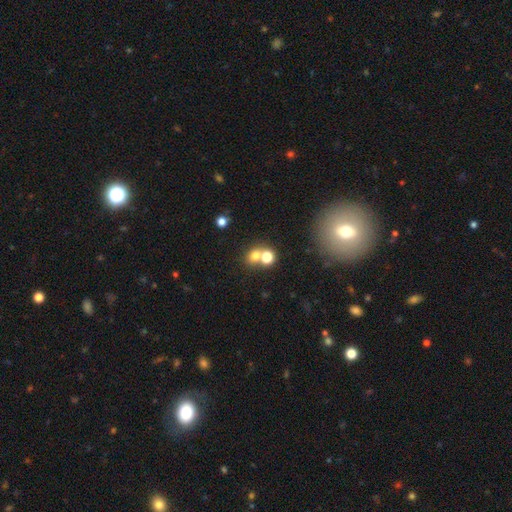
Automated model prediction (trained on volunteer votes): Morphology: type=smooth (70%); roundness=round (73%); merging=merger (46%).